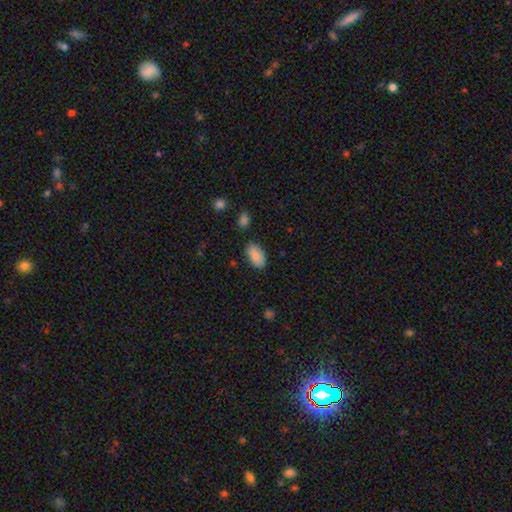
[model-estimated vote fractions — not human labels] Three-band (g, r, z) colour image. It shows a smooth galaxy with no disk features (88%) that is in between round and cigar-shaped (95%). Merging: none (82%).